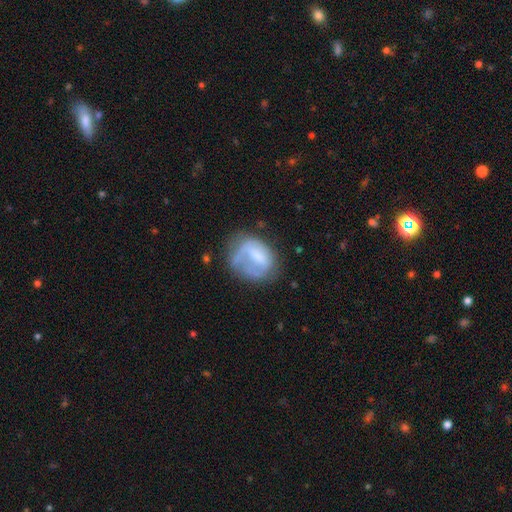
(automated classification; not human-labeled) featured or disk 47%, smooth 44%, star or artifact 9%. Down the decision tree: merging — none (39%).